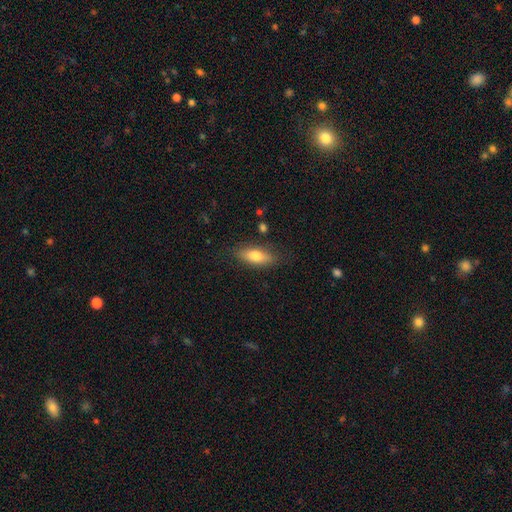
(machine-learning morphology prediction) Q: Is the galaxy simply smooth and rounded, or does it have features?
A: smooth — 71%.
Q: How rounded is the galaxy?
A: in between — 69%.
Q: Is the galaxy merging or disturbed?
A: none — 82%.